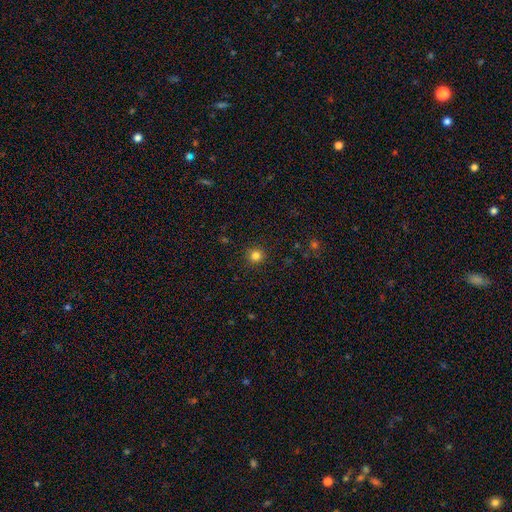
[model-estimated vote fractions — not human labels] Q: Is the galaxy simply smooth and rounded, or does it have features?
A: smooth — 82%.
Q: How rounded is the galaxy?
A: round — 93%.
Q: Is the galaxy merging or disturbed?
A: none — 91%.